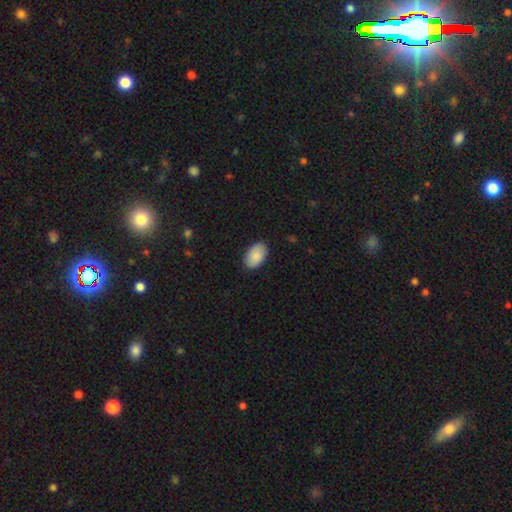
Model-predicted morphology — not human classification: A smooth galaxy with no disk features (89%) that is in between round and cigar-shaped (94%).

Vote fractions:
- Smooth or featured? smooth: 89% / star or artifact: 6% / featured or disk: 5%
- How rounded? in between: 94% / round: 5% / cigar-shaped: 1%
- Merging? none: 88% / minor disturbance: 9% / major disturbance: 2% / merger: 1%